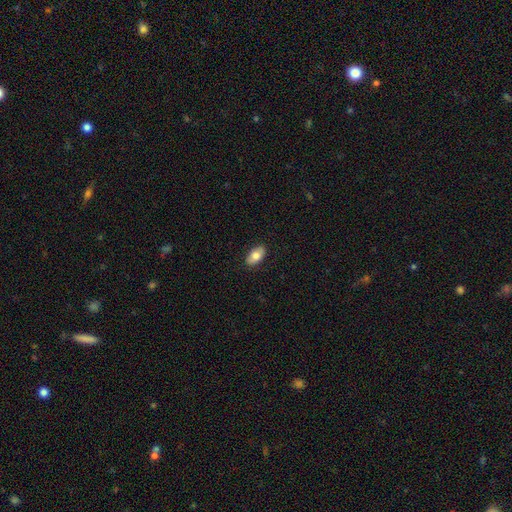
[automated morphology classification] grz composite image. It shows a smooth galaxy with no disk features (78%) that is in between round and cigar-shaped (93%). Merging: none (88%).